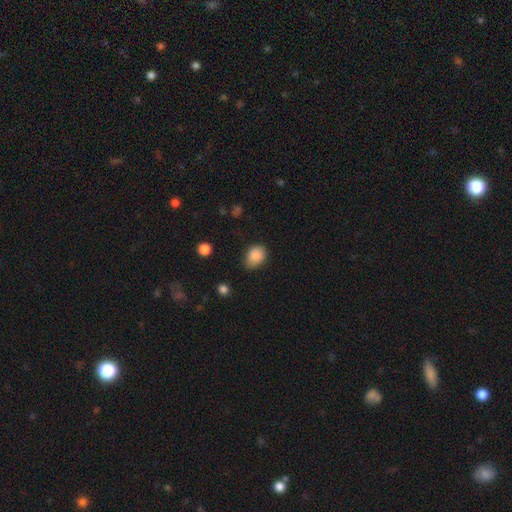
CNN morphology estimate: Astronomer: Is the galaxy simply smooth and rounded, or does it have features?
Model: smooth — 85%.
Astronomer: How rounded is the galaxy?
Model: in between — 69%.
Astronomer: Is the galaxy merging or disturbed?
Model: none — 71%.